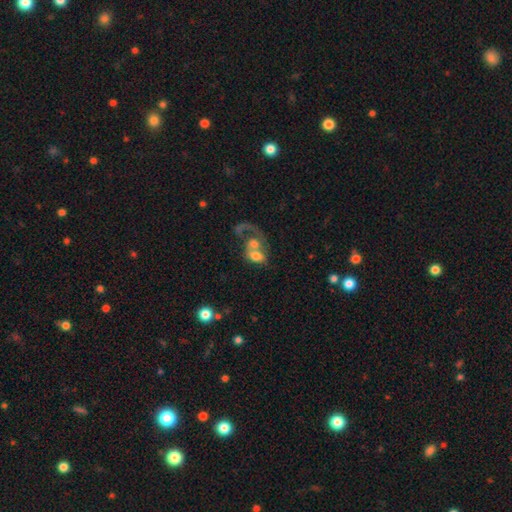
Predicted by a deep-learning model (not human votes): Smooth or featured? smooth (49%)
Merging? merger (72%)